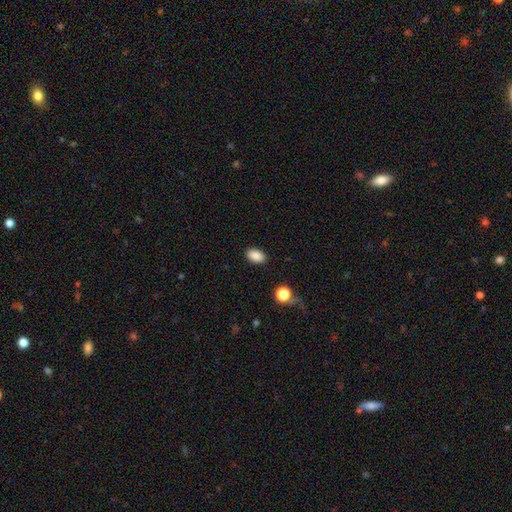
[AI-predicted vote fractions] Smooth or featured? smooth (87%)
How rounded? in between (89%)
Merging? none (87%)